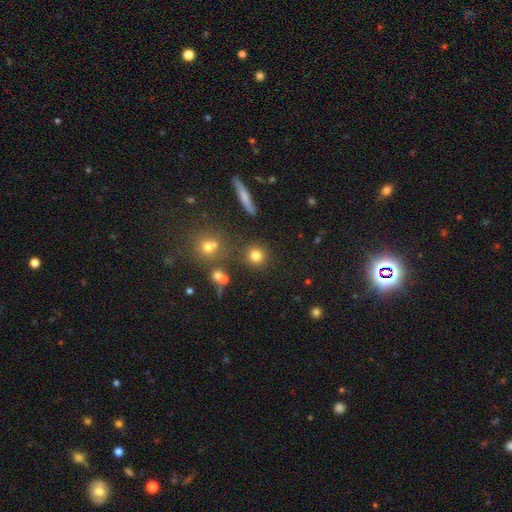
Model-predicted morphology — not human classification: type=smooth (79%); roundness=round (92%); merging=none (85%).